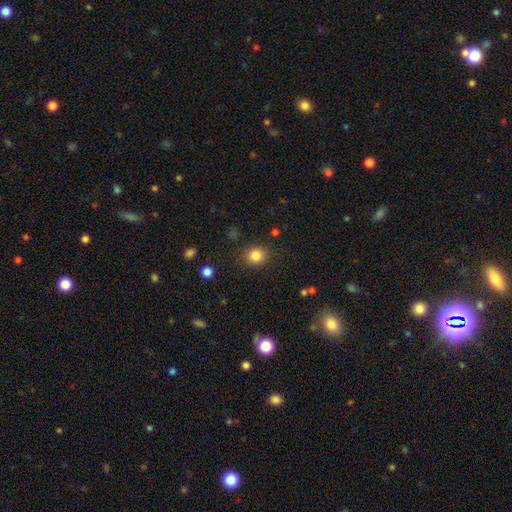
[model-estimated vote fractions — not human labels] Q: Smooth or featured?
A: smooth (84%); runner-up: star or artifact (11%)
Q: How rounded?
A: round (84%); runner-up: in between (16%)
Q: Merging?
A: none (85%); runner-up: minor disturbance (9%)